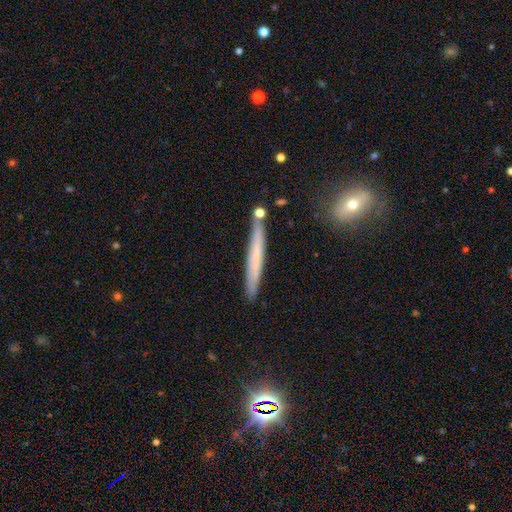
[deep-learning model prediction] A smooth galaxy with no disk features (55%) that is cigar-shaped (96%).

Vote fractions:
- Smooth or featured? smooth: 55% / featured or disk: 38% / star or artifact: 7%
- How rounded? cigar-shaped: 96% / in between: 2% / round: 1%
- Merging? none: 84% / minor disturbance: 10% / merger: 3% / major disturbance: 2%